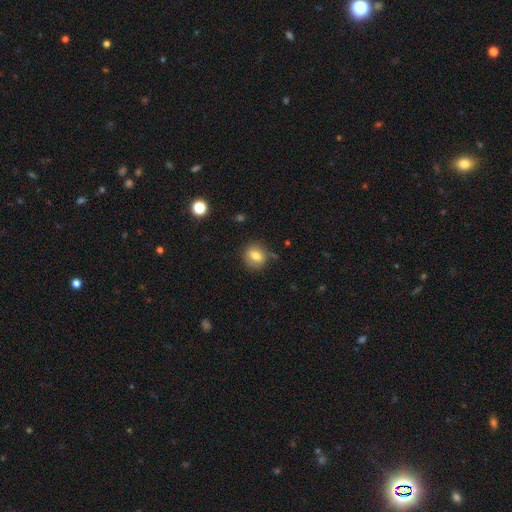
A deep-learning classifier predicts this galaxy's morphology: Smooth or featured: smooth — 74% (featured or disk — 15%)
How rounded: round — 71% (in between — 28%)
Merging: none — 74% (minor disturbance — 18%)